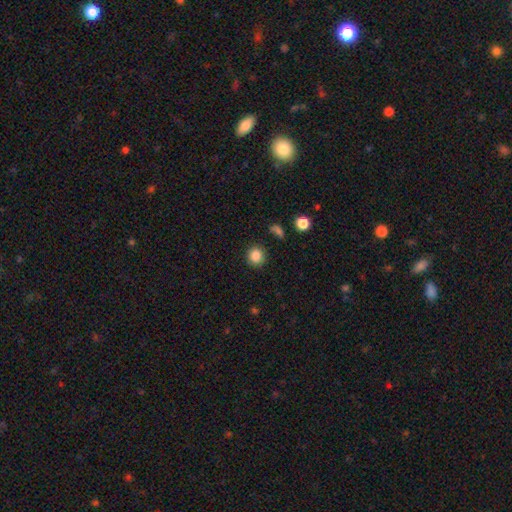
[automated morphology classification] smooth 85%, star or artifact 10%, featured or disk 4%. Down the decision tree: how rounded — round (90%); merging — none (89%).